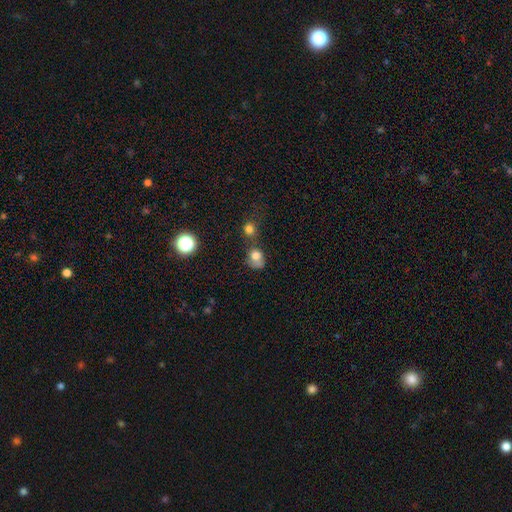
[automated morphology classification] smooth-or-featured: smooth: 75% | star or artifact: 13% | featured or disk: 12%
  how-rounded: round: 61% | in between: 38% | cigar-shaped: 1%
  merging: none: 35% | merger: 33% | minor disturbance: 19% | major disturbance: 13%